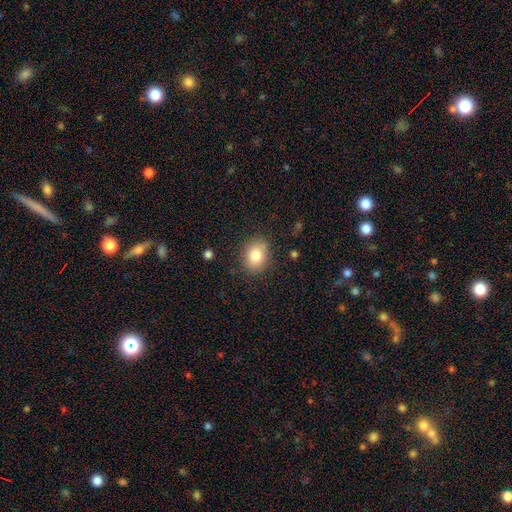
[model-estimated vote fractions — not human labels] smooth 82%, star or artifact 9%, featured or disk 9%. Down the decision tree: how rounded — round (53%); merging — none (85%).